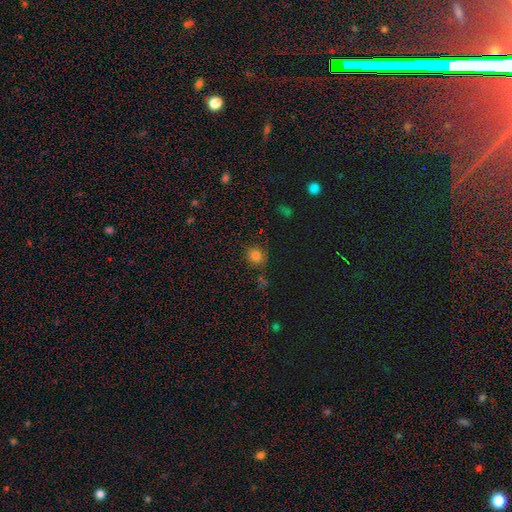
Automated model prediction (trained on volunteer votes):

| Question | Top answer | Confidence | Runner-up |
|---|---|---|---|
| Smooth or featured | smooth | 76% | star or artifact (18%) |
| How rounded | round | 82% | in between (17%) |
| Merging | none | 80% | minor disturbance (13%) |